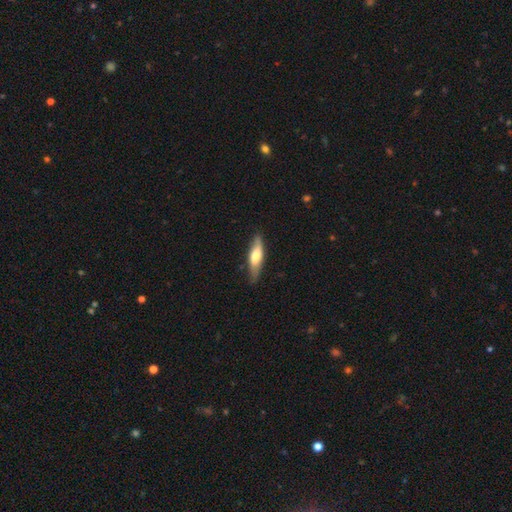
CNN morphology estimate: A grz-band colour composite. It shows a smooth galaxy with no disk features (57%) that is cigar-shaped (59%). Merging: none (77%).